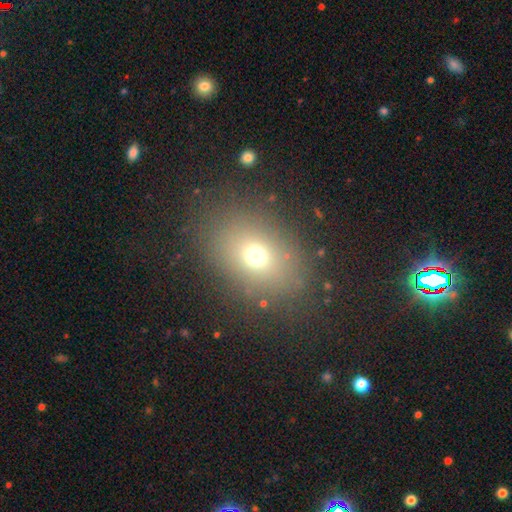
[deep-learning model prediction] The model was most divided on "how rounded": in between: 60%, round: 38%, cigar-shaped: 1%. More confident: merging — none (82%); smooth or featured — smooth (69%).